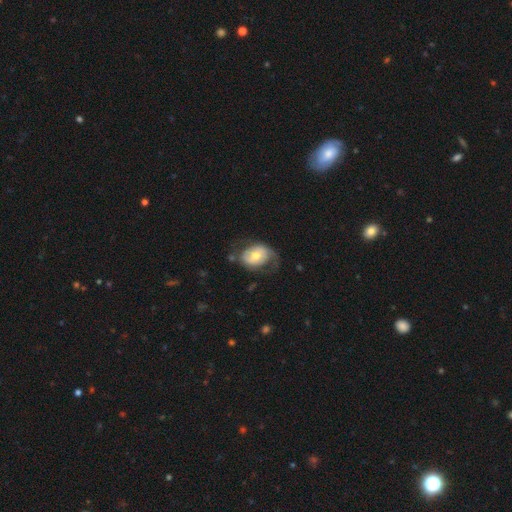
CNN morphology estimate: smooth_or_featured: featured or disk (p=0.53) [alt: smooth p=0.41]
disk_edge_on: no (p=0.95) [alt: yes p=0.05]
bar: no (p=0.63) [alt: weak p=0.27]
has_spiral_arms: yes (p=0.65) [alt: no p=0.35]
bulge_size: moderate (p=0.68) [alt: small p=0.22]
merging: none (p=0.46) [alt: major disturbance p=0.26]